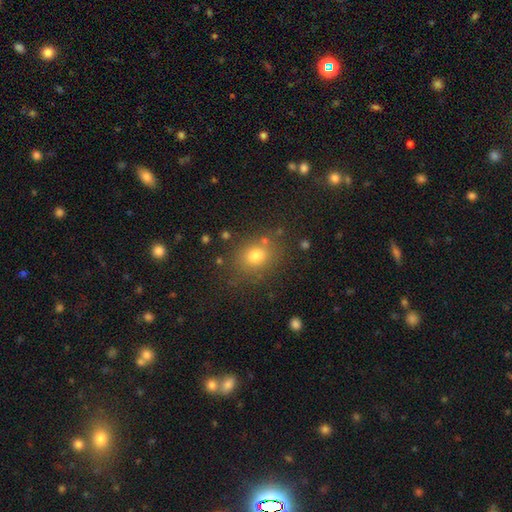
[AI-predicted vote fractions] Smooth or featured?
  - smooth: 75% *
  - star or artifact: 15%
  - featured or disk: 9%
How rounded?
  - round: 54% *
  - in between: 45%
  - cigar-shaped: 1%
Merging?
  - none: 77% *
  - minor disturbance: 13%
  - major disturbance: 5%
  - merger: 5%